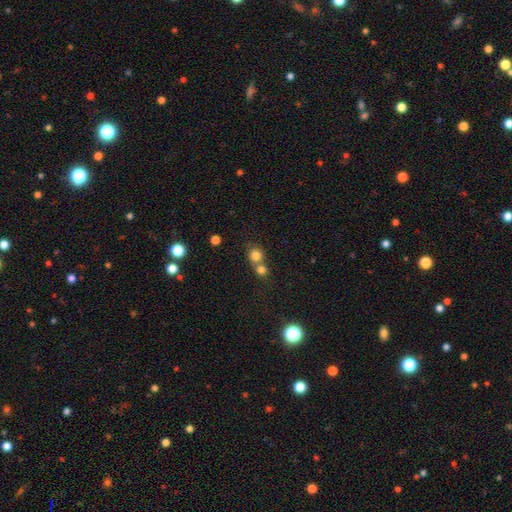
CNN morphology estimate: smooth_or_featured: smooth (p=0.78) [alt: star or artifact p=0.13]
how_rounded: round (p=0.84) [alt: in between p=0.14]
merging: merger (p=0.48) [alt: none p=0.42]